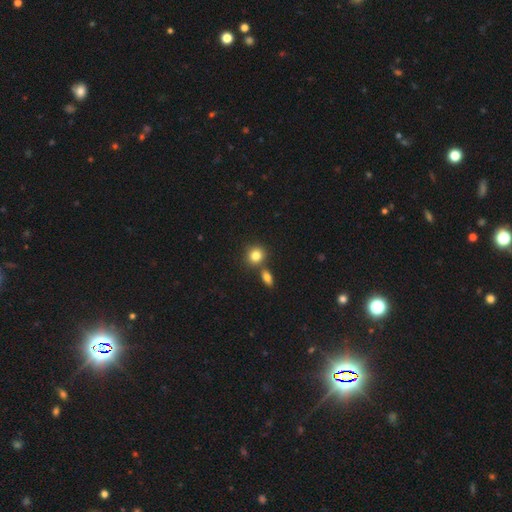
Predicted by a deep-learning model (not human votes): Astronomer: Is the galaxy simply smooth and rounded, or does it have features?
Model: smooth — 83%.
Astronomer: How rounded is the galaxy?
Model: round — 81%.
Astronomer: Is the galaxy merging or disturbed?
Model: none — 65%.